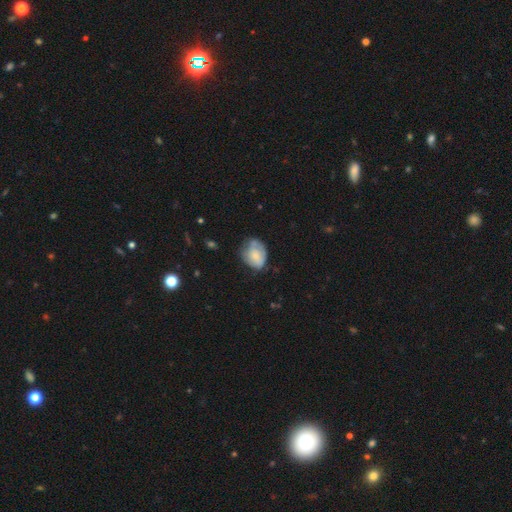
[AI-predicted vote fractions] Smooth or featured: smooth — 60% (featured or disk — 32%)
How rounded: in between — 56% (round — 43%)
Merging: none — 43% (minor disturbance — 36%)